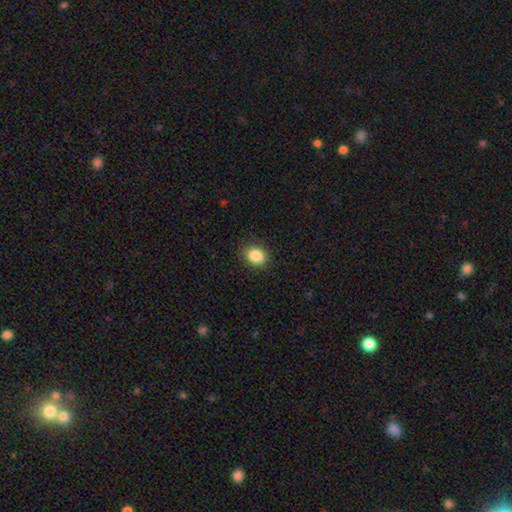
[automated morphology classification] Q: Smooth or featured?
A: smooth (86%); runner-up: star or artifact (9%)
Q: How rounded?
A: in between (50%); runner-up: round (49%)
Q: Merging?
A: none (87%); runner-up: minor disturbance (9%)